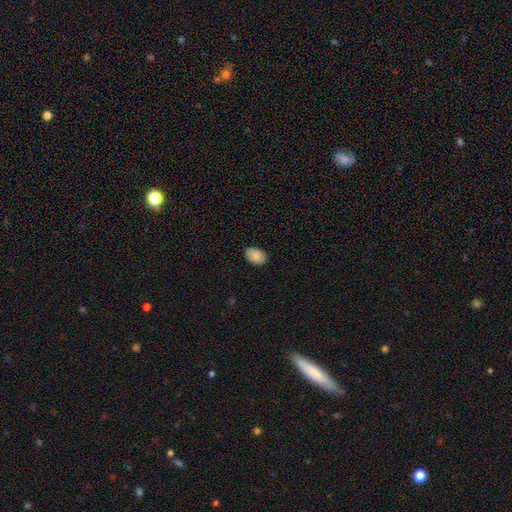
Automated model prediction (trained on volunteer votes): Q: Smooth or featured?
A: smooth (89%); runner-up: star or artifact (7%)
Q: How rounded?
A: in between (84%); runner-up: round (15%)
Q: Merging?
A: none (88%); runner-up: minor disturbance (9%)